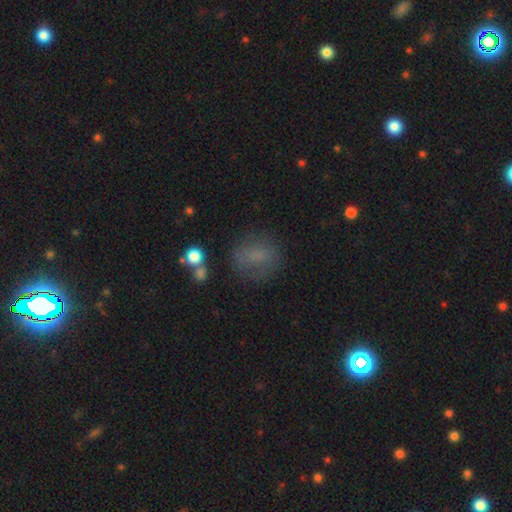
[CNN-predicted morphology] Overall: smooth (65%). How rounded: round (60%; in between 38%). Merging: none (69%).